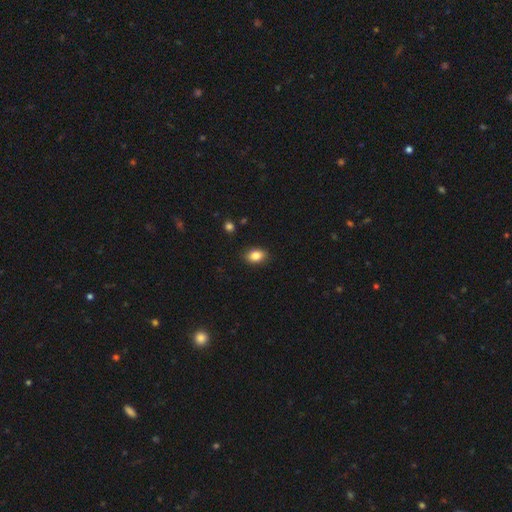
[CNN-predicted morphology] Smooth or featured? Predicted: smooth (p=0.83). How rounded? Predicted: in between (p=0.79). Merging? Predicted: none (p=0.87).